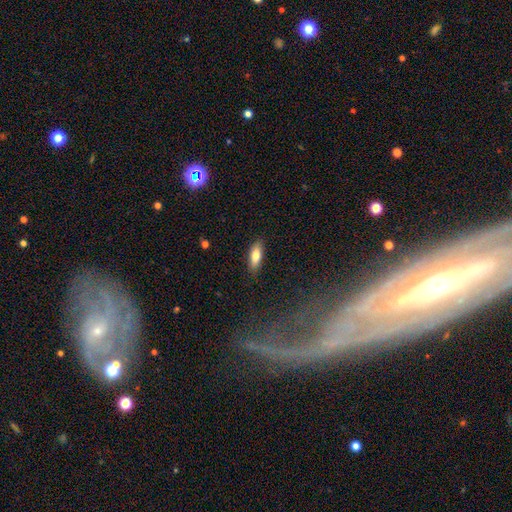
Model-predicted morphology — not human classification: A smooth galaxy with no disk features (76%) that is in between round and cigar-shaped (65%).

Vote fractions:
- Smooth or featured? smooth: 76% / featured or disk: 18% / star or artifact: 7%
- How rounded? in between: 65% / cigar-shaped: 32% / round: 2%
- Merging? none: 87% / minor disturbance: 10% / major disturbance: 2% / merger: 1%